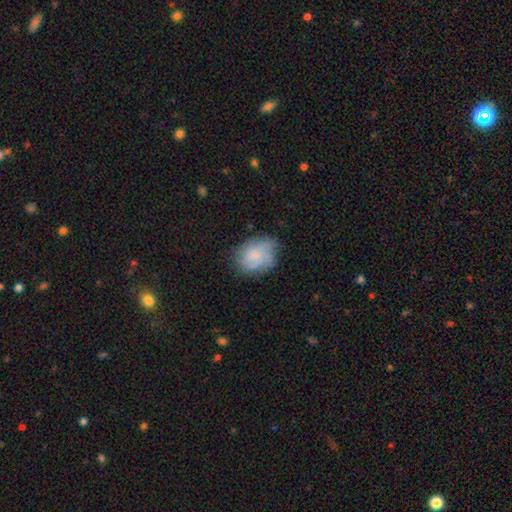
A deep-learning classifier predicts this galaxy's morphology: smooth-or-featured: smooth: 55% | featured or disk: 36% | star or artifact: 9%
  how-rounded: in between: 62% | round: 36% | cigar-shaped: 1%
  merging: none: 61% | minor disturbance: 27% | major disturbance: 10% | merger: 2%